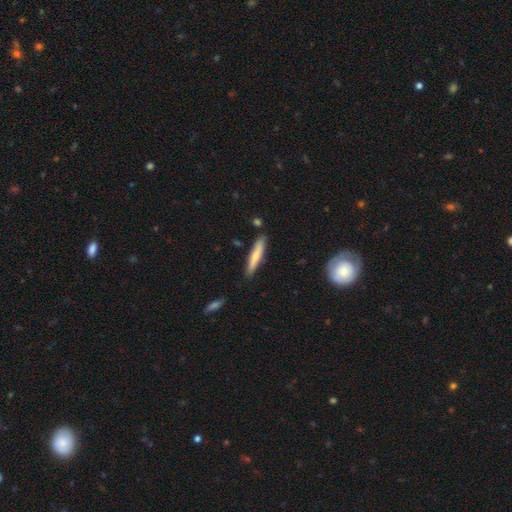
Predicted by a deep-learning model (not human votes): Morphology: type=smooth (71%); roundness=cigar-shaped (90%); merging=none (86%).